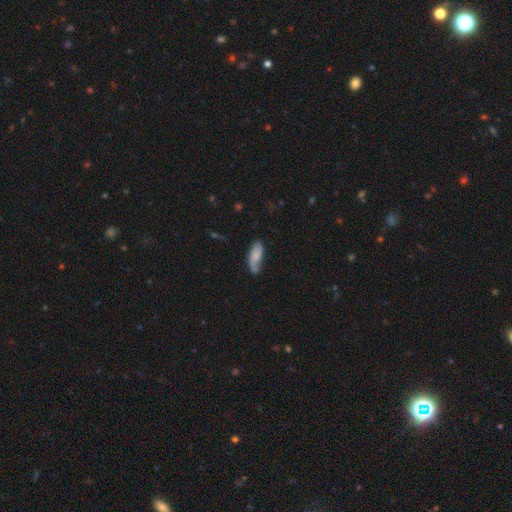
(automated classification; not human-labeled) A smooth galaxy with no disk features (68%) that is in between round and cigar-shaped (76%). Merging: none (50%).